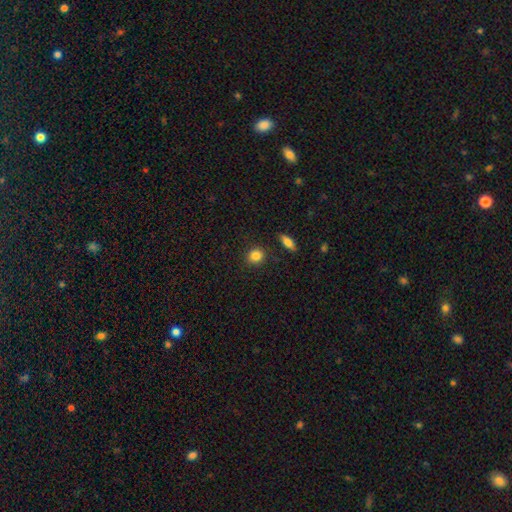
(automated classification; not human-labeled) Smooth or featured?
  - smooth: 85% *
  - star or artifact: 10%
  - featured or disk: 5%
How rounded?
  - round: 82% *
  - in between: 16%
  - cigar-shaped: 1%
Merging?
  - none: 89% *
  - minor disturbance: 7%
  - merger: 2%
  - major disturbance: 2%